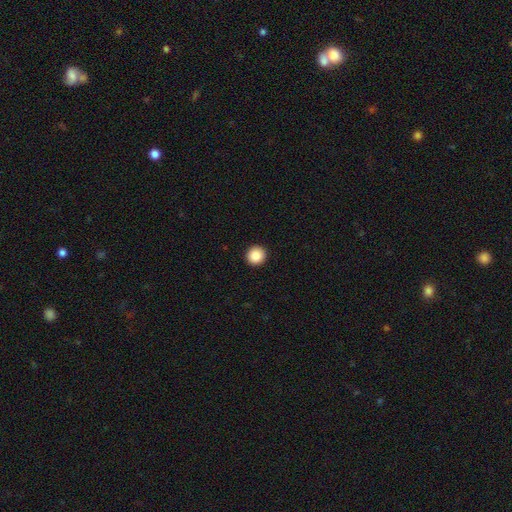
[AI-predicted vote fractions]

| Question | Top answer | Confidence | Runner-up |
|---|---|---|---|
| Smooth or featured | smooth | 87% | star or artifact (9%) |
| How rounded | round | 93% | in between (6%) |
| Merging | none | 94% | minor disturbance (4%) |